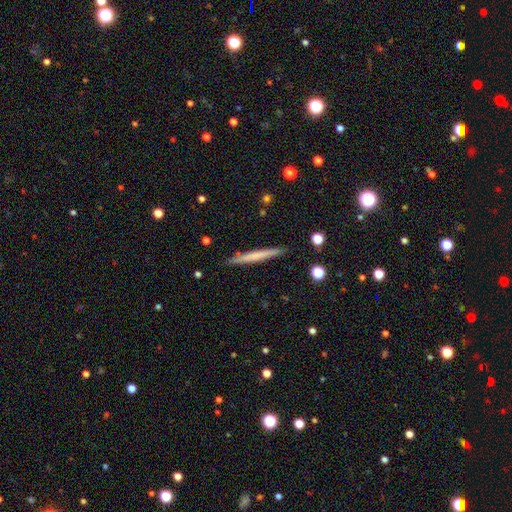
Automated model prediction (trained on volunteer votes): The model was most divided on "smooth or featured": smooth: 57%, featured or disk: 37%, star or artifact: 6%. More confident: how rounded — cigar-shaped (97%); merging — none (90%).